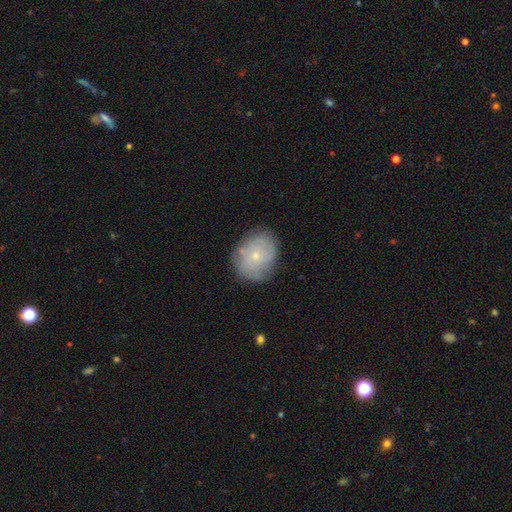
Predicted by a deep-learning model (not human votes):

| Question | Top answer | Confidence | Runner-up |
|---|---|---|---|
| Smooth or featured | smooth | 51% | featured or disk (41%) |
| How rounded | round | 51% | in between (48%) |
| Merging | none | 72% | minor disturbance (20%) |